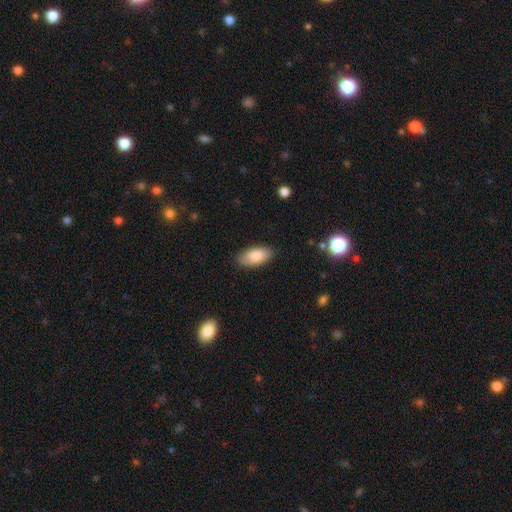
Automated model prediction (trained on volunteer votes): smooth-or-featured: smooth: 85% | featured or disk: 8% | star or artifact: 6%
  how-rounded: in between: 92% | cigar-shaped: 5% | round: 2%
  merging: none: 86% | minor disturbance: 11% | major disturbance: 2% | merger: 1%